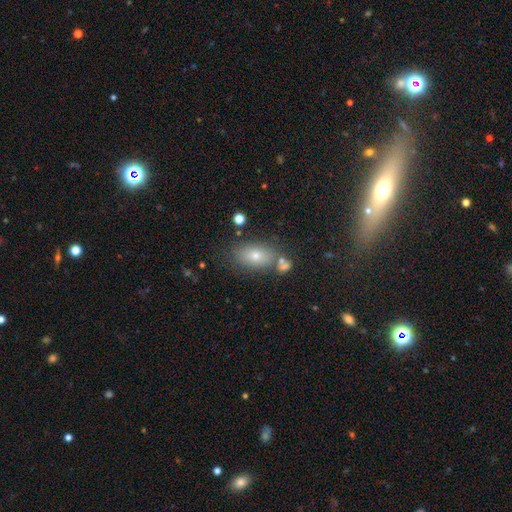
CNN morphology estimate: smooth 70%, featured or disk 16%, star or artifact 14%. Down the decision tree: how rounded — in between (84%); merging — none (71%).